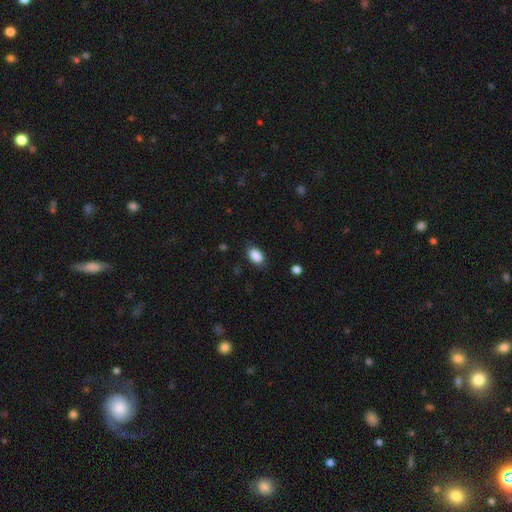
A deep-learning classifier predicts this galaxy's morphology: This is clearly a smooth galaxy (89%). How rounded: clearly in between (87%). Merging: clearly none (81%).